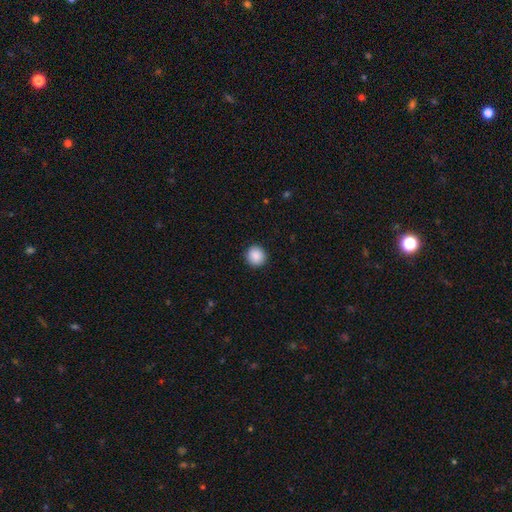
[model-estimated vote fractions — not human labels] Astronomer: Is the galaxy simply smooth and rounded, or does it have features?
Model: smooth — 89%.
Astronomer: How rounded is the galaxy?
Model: round — 93%.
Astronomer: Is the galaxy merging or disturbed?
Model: none — 92%.